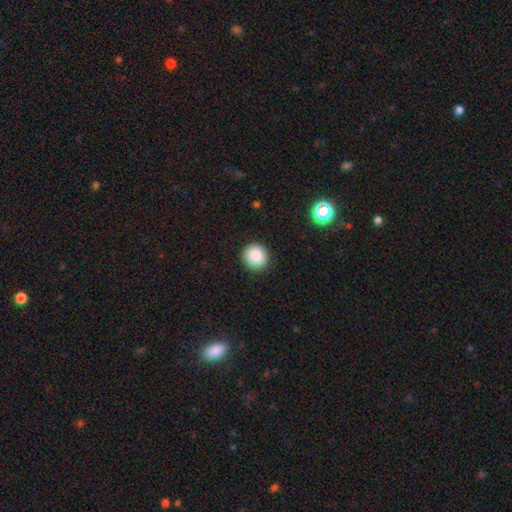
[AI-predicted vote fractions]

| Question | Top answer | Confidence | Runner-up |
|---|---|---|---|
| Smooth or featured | smooth | 87% | star or artifact (9%) |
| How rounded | round | 92% | in between (8%) |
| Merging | none | 91% | minor disturbance (6%) |